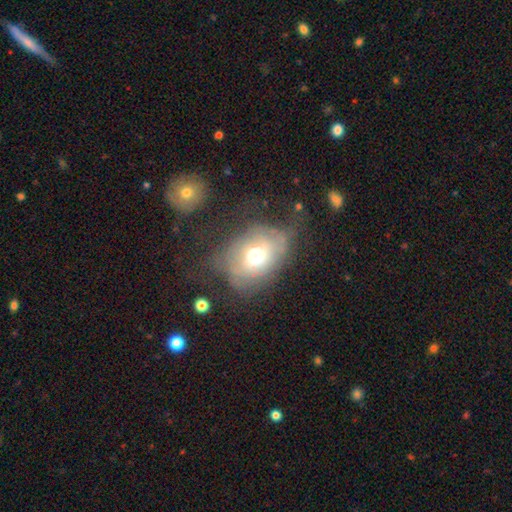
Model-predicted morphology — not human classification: The model was most divided on "merging": none: 41%, major disturbance: 29%, minor disturbance: 27%, merger: 3%. More confident: how rounded — in between (59%); smooth or featured — smooth (56%).